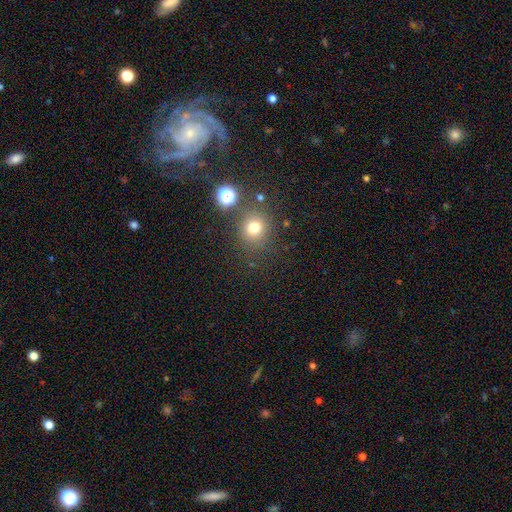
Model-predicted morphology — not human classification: Smooth or featured: featured or disk — 49% (smooth — 27%)
Merging: none — 80% (minor disturbance — 11%)